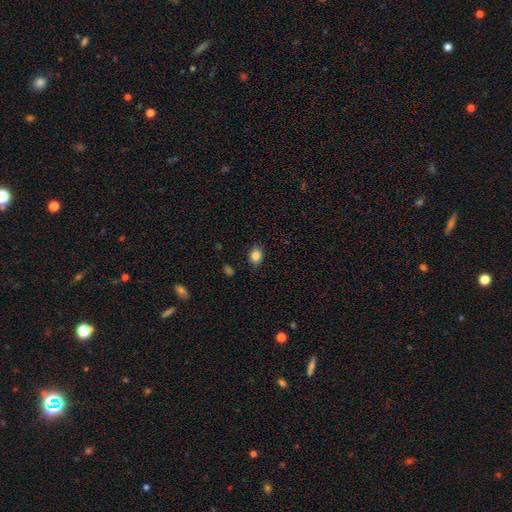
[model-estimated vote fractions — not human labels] smooth_or_featured: smooth (p=0.85) [alt: star or artifact p=0.09]
how_rounded: in between (p=0.66) [alt: round p=0.32]
merging: none (p=0.85) [alt: minor disturbance p=0.12]